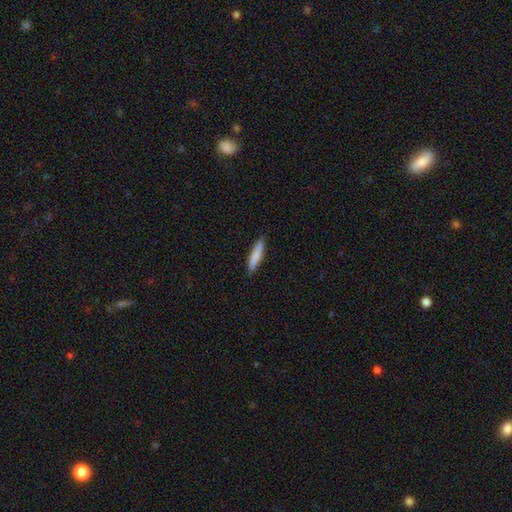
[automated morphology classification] Smooth or featured? smooth (80%)
How rounded? cigar-shaped (84%)
Merging? none (87%)